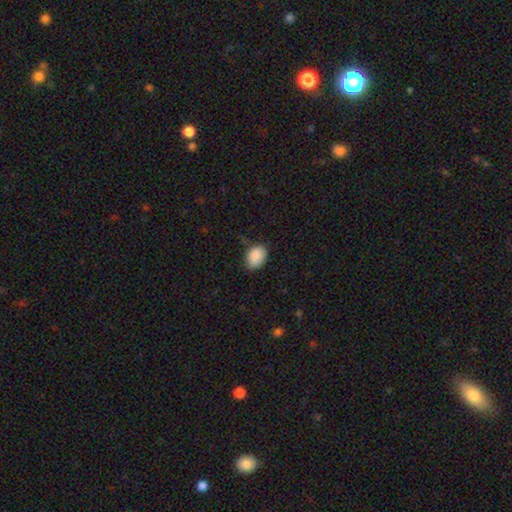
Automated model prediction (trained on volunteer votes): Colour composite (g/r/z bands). It shows a smooth galaxy with no disk features (89%) that is in between round and cigar-shaped (79%). Merging: none (73%).